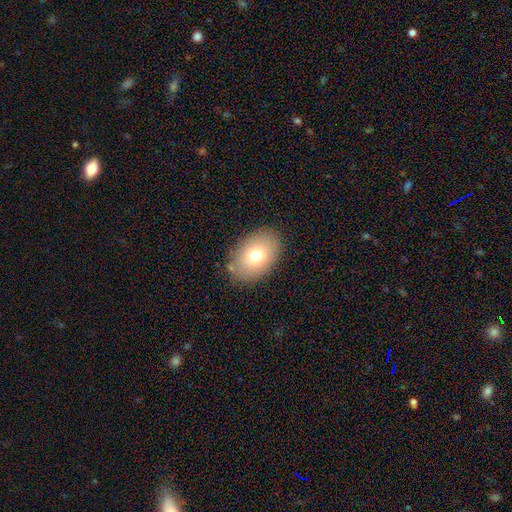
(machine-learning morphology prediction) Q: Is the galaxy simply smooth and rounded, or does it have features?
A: smooth — 74%.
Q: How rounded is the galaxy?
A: in between — 84%.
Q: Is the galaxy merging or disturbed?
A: none — 85%.